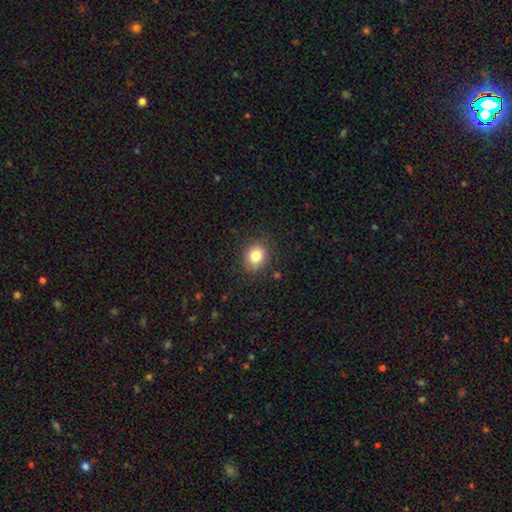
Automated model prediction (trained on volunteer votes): smooth_or_featured: smooth (p=0.83) [alt: star or artifact p=0.10]
how_rounded: round (p=0.66) [alt: in between p=0.33]
merging: none (p=0.84) [alt: minor disturbance p=0.12]